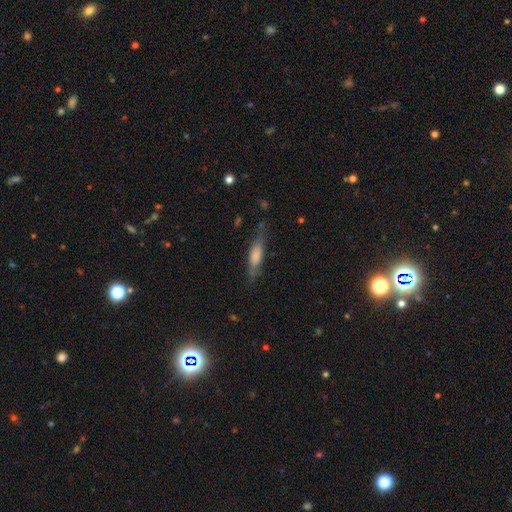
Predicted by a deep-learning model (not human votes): smooth 63%, featured or disk 30%, star or artifact 7%. Down the decision tree: how rounded — cigar-shaped (69%); merging — none (68%).